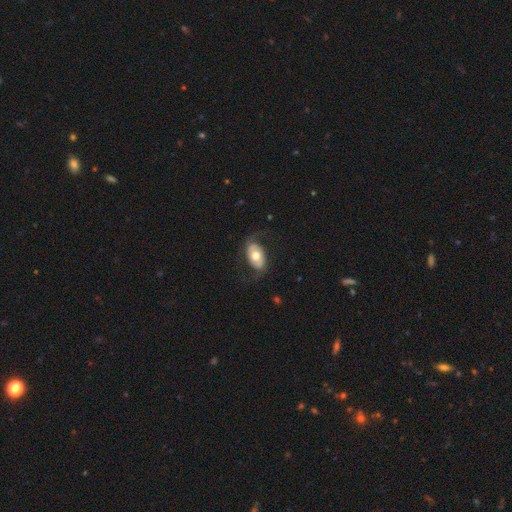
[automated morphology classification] Overall: featured or disk (57%; smooth 37%). Edge-on disk: no (93%). Bar: no (69%). Spiral arms: yes (65%; no 35%). Bulge size: moderate (69%). Merging: none (70%).